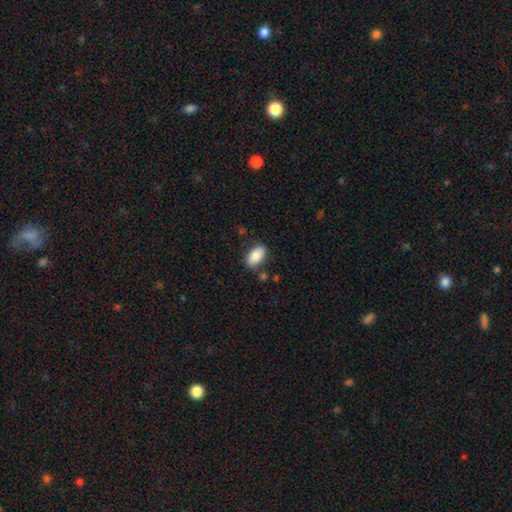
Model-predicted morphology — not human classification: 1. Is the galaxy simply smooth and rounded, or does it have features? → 85% smooth, 8% featured or disk, 7% star or artifact.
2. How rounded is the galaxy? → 93% in between, 4% round, 3% cigar-shaped.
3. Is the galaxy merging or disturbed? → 80% none, 13% minor disturbance, 4% merger, 3% major disturbance.